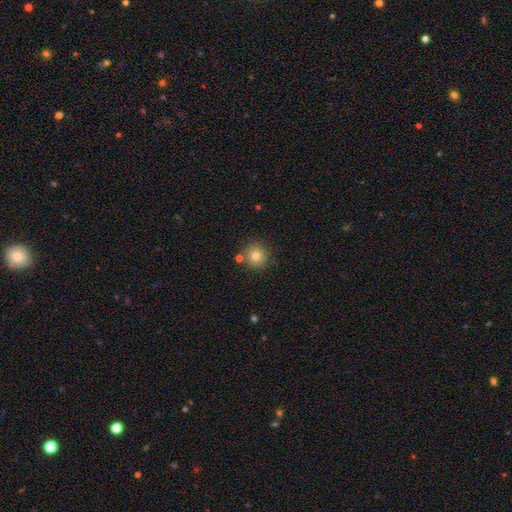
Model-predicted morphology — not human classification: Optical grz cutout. It shows a smooth galaxy with no disk features (78%) that is round (93%). Merging: none (83%).